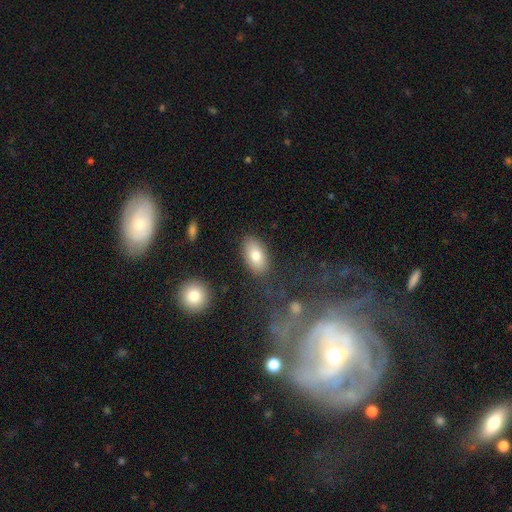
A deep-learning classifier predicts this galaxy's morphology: The model was most divided on "smooth or featured": smooth: 79%, featured or disk: 13%, star or artifact: 8%. More confident: how rounded — in between (92%); merging — none (84%).